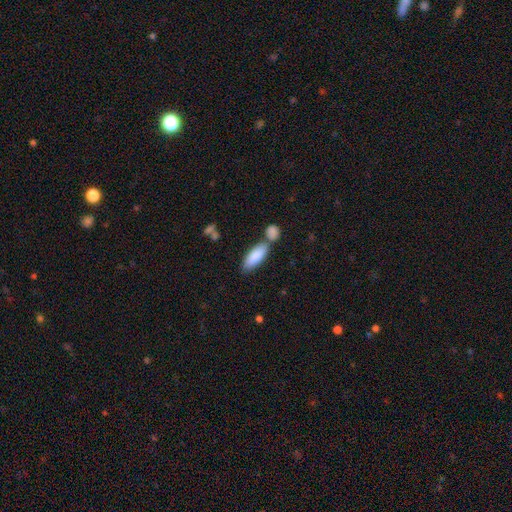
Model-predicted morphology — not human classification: Smooth or featured?
  - smooth: 86% *
  - featured or disk: 9%
  - star or artifact: 6%
How rounded?
  - in between: 75% *
  - cigar-shaped: 23%
  - round: 2%
Merging?
  - none: 58% *
  - merger: 25%
  - minor disturbance: 13%
  - major disturbance: 4%